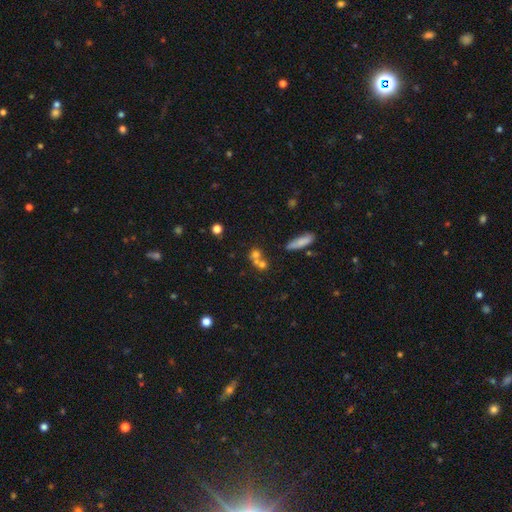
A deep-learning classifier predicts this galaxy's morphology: Smooth or featured: smooth — 62% (featured or disk — 22%)
How rounded: round — 71% (in between — 24%)
Merging: merger — 53% (none — 35%)